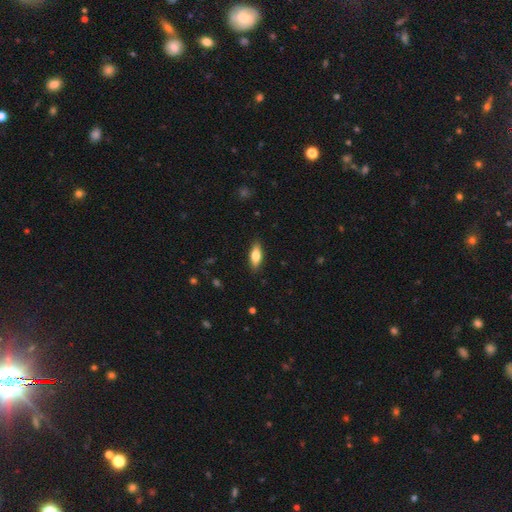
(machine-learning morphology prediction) Smooth or featured: smooth — 73% (featured or disk — 21%)
How rounded: in between — 67% (cigar-shaped — 30%)
Merging: none — 87% (minor disturbance — 10%)